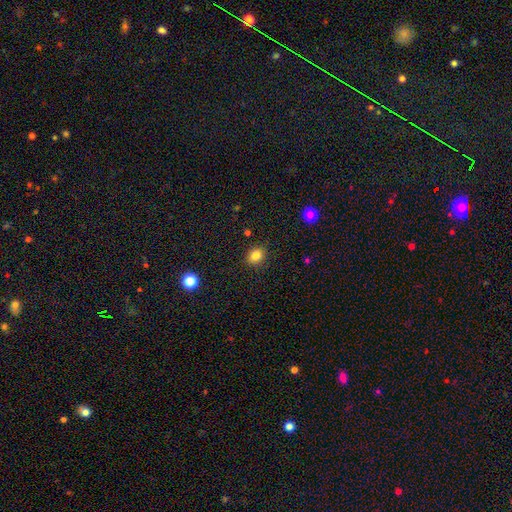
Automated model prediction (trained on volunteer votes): Morphology: type=smooth (83%); roundness=round (57%); merging=none (88%).